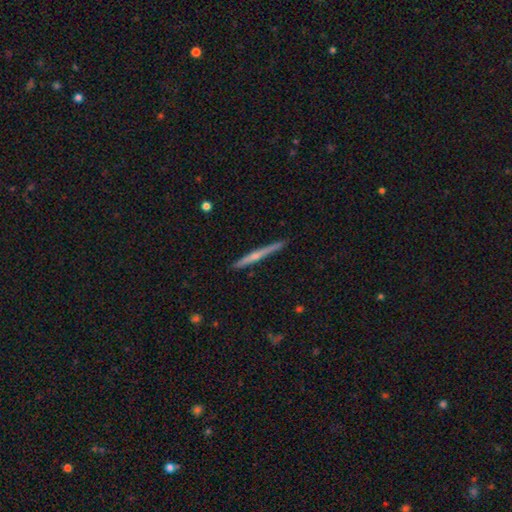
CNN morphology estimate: Smooth or featured? featured or disk (62%)
Edge-on disk? yes (98%)
Edge-on bulge? rounded (60%)
Merging? none (89%)